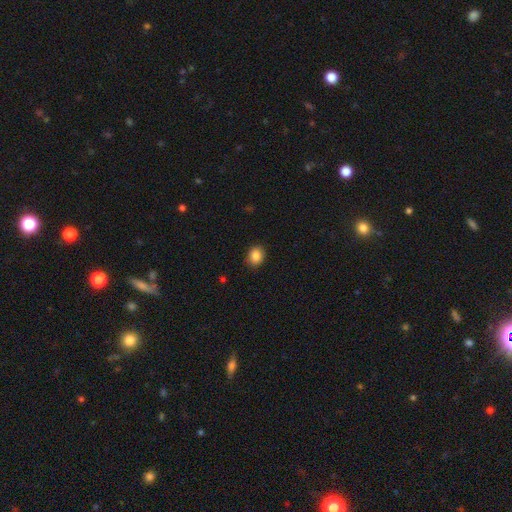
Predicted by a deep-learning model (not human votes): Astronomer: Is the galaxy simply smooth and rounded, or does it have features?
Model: smooth — 87%.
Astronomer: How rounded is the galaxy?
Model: in between — 51% (runner-up: round, 48%).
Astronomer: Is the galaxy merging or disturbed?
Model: none — 88%.